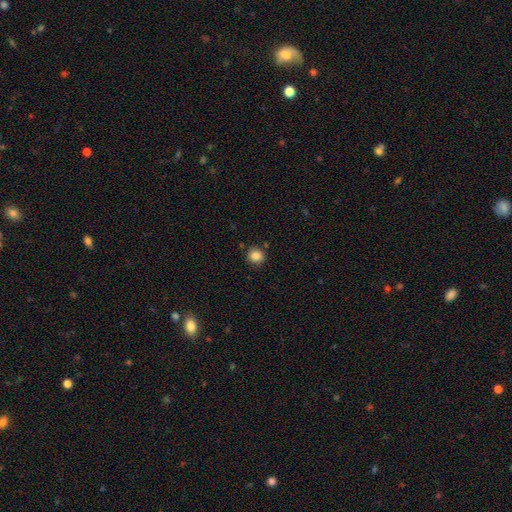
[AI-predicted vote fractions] Overall: smooth (85%). How rounded: round (89%). Merging: none (88%).